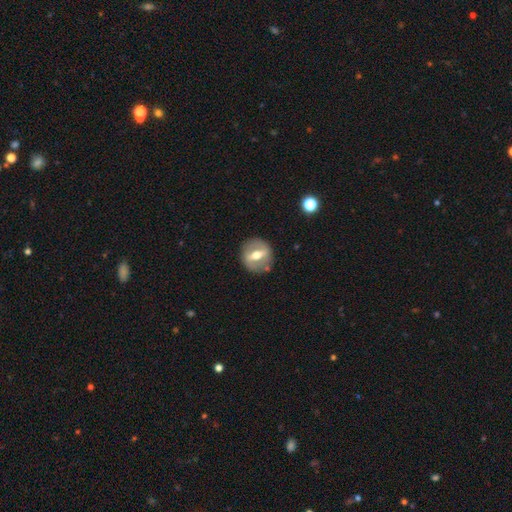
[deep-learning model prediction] A featured or disk galaxy (63%) with a strong bar (61%), no spiral arms (82%) and a moderate central bulge (72%).

Vote fractions:
- Smooth or featured? featured or disk: 63% / smooth: 30% / star or artifact: 6%
- Edge-on disk? no: 80% / yes: 20%
- Bar? strong: 61% / weak: 26% / no: 13%
- Spiral arms? no: 82% / yes: 18%
- Bulge size? moderate: 72% / large: 16% / small: 10% / dominant: 1% / none: 1%
- Merging? none: 83% / minor disturbance: 11% / major disturbance: 4% / merger: 2%